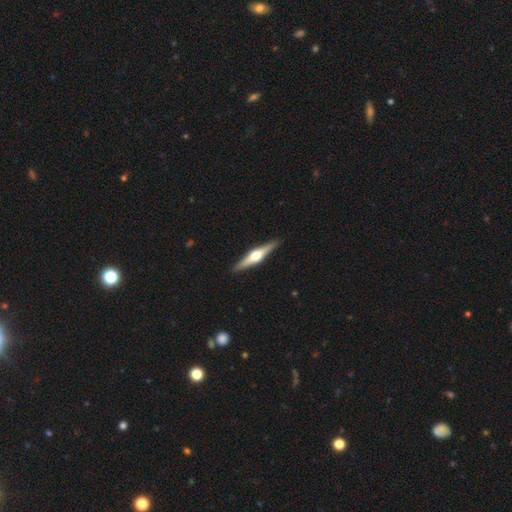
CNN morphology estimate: Smooth or featured? Predicted: featured or disk (p=0.73). Edge-on disk? Predicted: yes (p=0.98). Edge-on bulge? Predicted: rounded (p=0.95). Merging? Predicted: none (p=0.91).